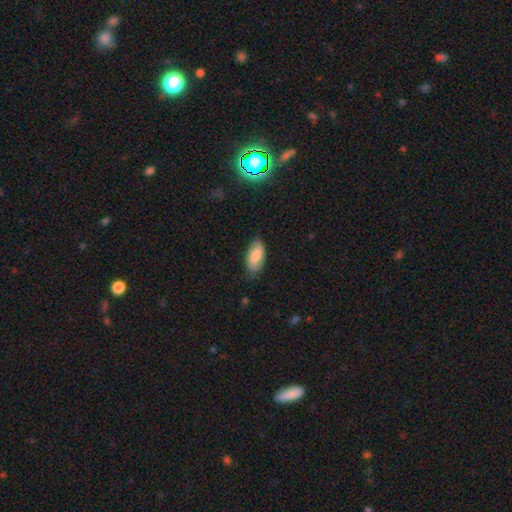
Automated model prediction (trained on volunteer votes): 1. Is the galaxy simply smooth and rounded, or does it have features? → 84% smooth, 10% featured or disk, 6% star or artifact.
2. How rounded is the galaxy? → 91% in between, 7% cigar-shaped, 2% round.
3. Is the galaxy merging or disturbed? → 76% none, 20% minor disturbance, 3% major disturbance, 1% merger.